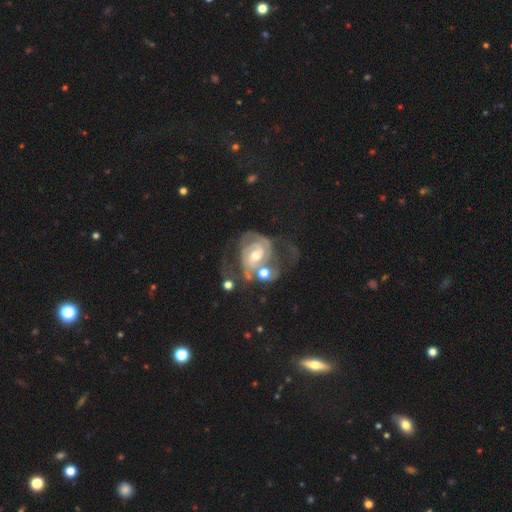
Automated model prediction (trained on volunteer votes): Smooth or featured? featured or disk (85%)
Edge-on disk? no (97%)
Bar? no (47%)
Spiral arms? yes (93%)
Spiral winding? tight (55%)
Spiral arm count? 2 (57%)
Bulge size? moderate (66%)
Merging? none (32%)